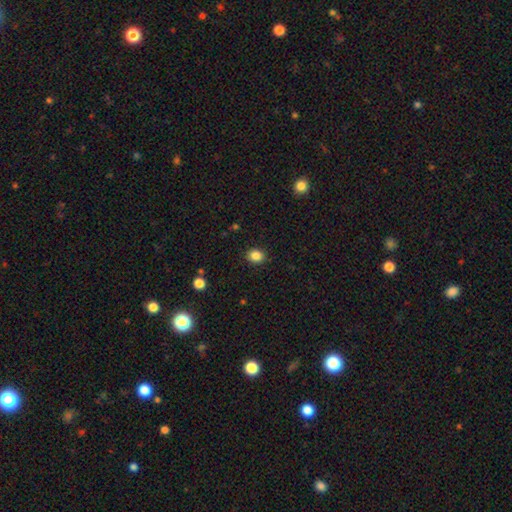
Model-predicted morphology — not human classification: This appears to be a smooth galaxy with no disk features (86%) that is round (60%). Merging: none (90%).